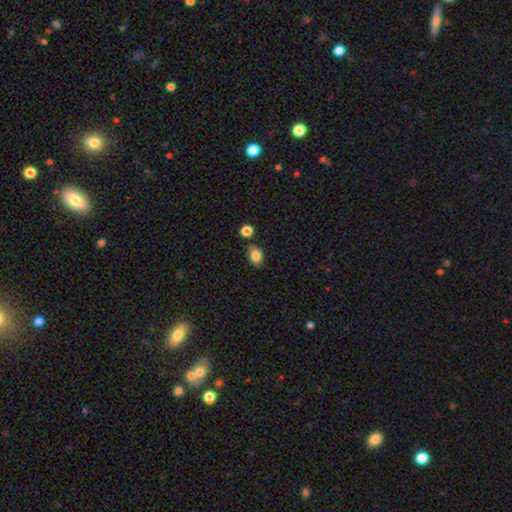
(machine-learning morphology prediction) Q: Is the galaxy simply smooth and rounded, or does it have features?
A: smooth — 83%.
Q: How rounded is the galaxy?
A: in between — 68%.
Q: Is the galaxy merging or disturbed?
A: none — 72%.